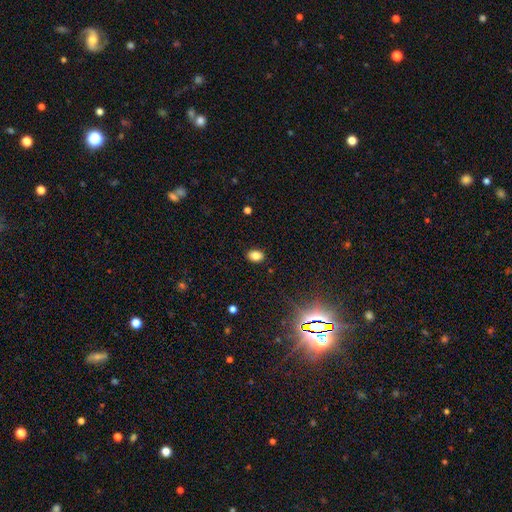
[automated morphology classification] The model was most divided on "how rounded": in between: 74%, round: 25%, cigar-shaped: 1%. More confident: merging — none (88%); smooth or featured — smooth (82%).